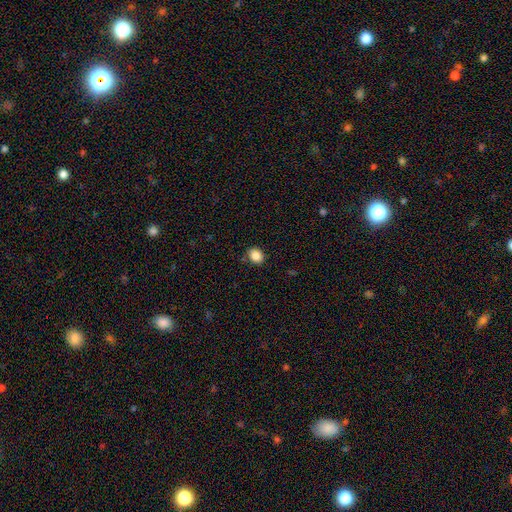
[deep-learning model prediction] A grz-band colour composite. It shows a smooth galaxy with no disk features (87%) that is round (52%). Merging: none (86%).